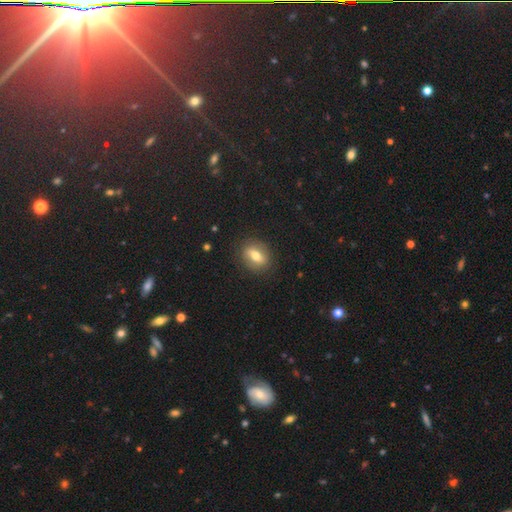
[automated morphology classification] This is likely a smooth galaxy (62%). How rounded: possibly in between (57%). Merging: clearly none (86%).